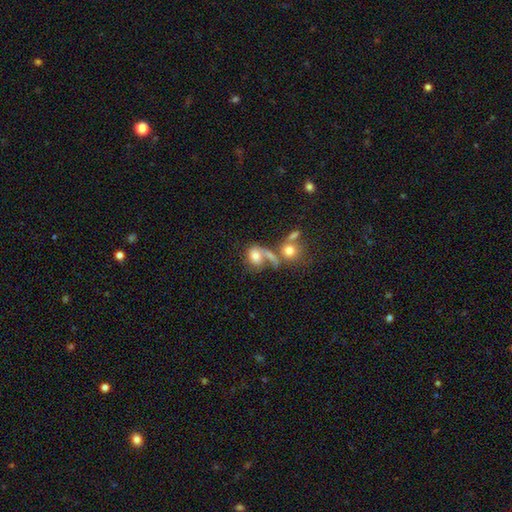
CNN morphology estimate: Q: Smooth or featured?
A: smooth (63%); runner-up: featured or disk (26%)
Q: How rounded?
A: in between (65%); runner-up: round (32%)
Q: Merging?
A: merger (46%); runner-up: none (25%)